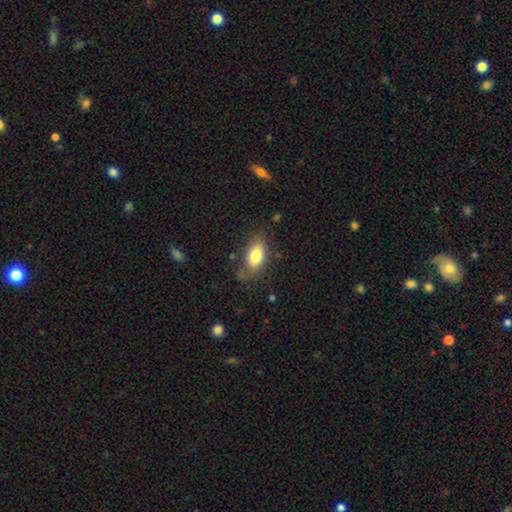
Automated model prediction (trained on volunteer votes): Q: Smooth or featured?
A: smooth (80%); runner-up: featured or disk (12%)
Q: How rounded?
A: in between (90%); runner-up: round (6%)
Q: Merging?
A: none (73%); runner-up: minor disturbance (19%)